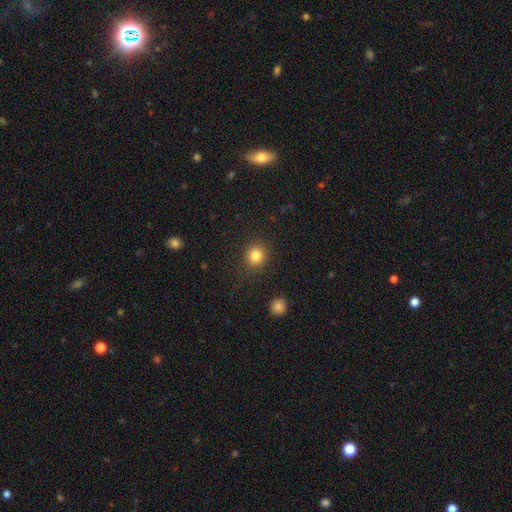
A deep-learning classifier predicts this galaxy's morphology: The model was most divided on "how rounded": round: 86%, in between: 13%, cigar-shaped: 1%. More confident: merging — none (87%); smooth or featured — smooth (84%).